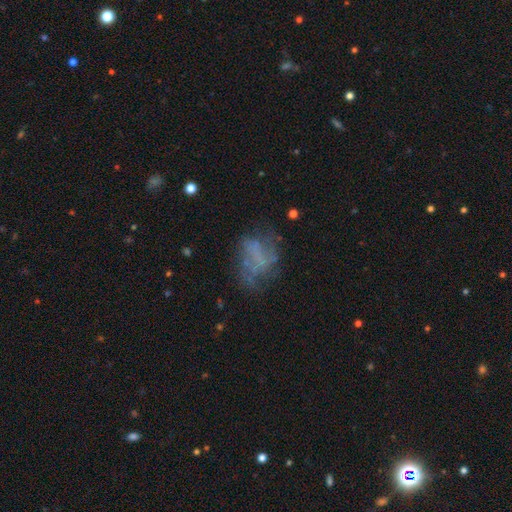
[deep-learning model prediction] This appears to be a featured or disk galaxy (50%). Merging: none (44%).